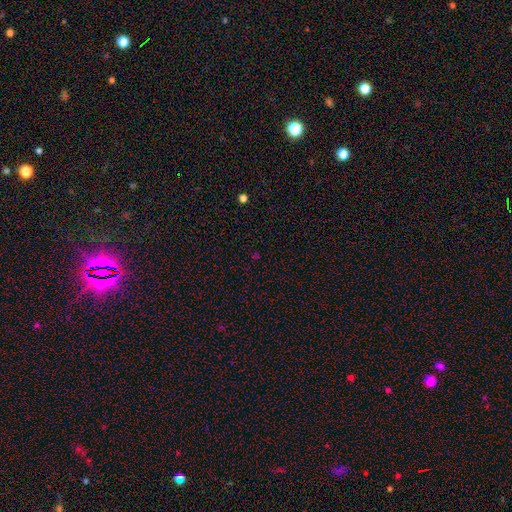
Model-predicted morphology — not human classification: A star or artifact, not a galaxy (62%).